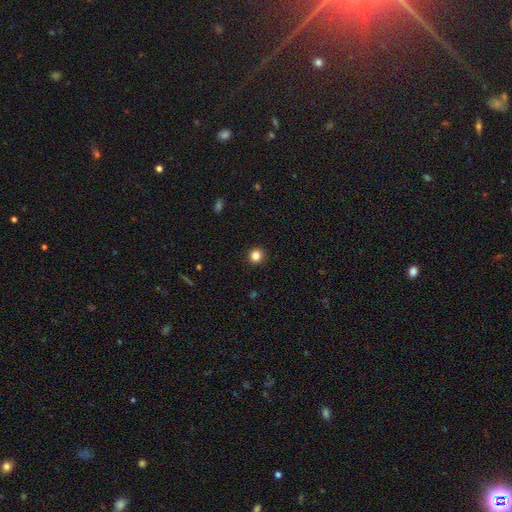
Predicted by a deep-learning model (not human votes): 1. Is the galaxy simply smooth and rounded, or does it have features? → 84% smooth, 12% star or artifact, 4% featured or disk.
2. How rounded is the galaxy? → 94% round, 5% in between, 1% cigar-shaped.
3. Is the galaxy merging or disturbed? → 93% none, 5% minor disturbance, 2% major disturbance, 1% merger.